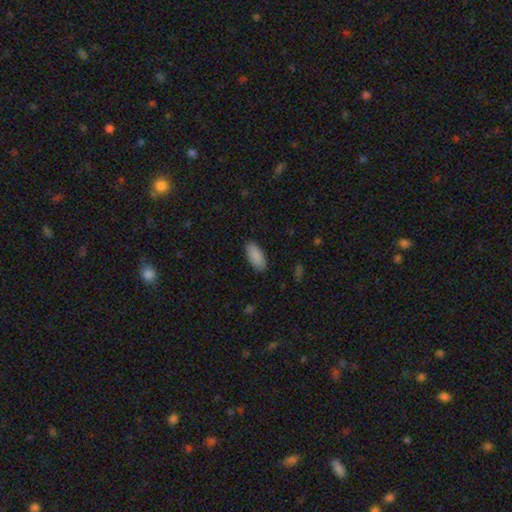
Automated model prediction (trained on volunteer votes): The model was most divided on "merging": none: 87%, minor disturbance: 10%, major disturbance: 2%, merger: 1%. More confident: smooth or featured — smooth (90%); how rounded — in between (89%).